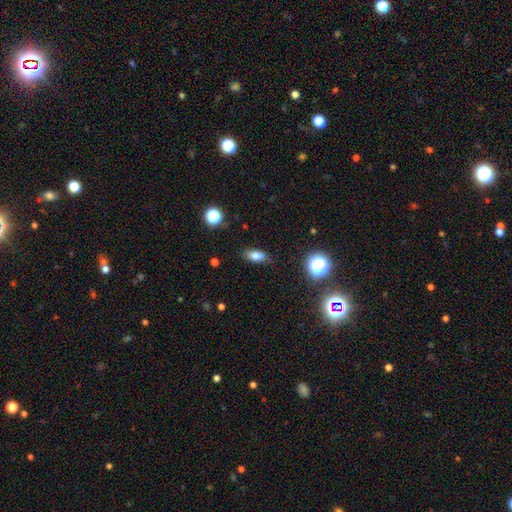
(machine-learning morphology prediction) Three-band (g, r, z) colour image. It shows a smooth galaxy with no disk features (77%) that is in between round and cigar-shaped (81%). Merging: none (82%).